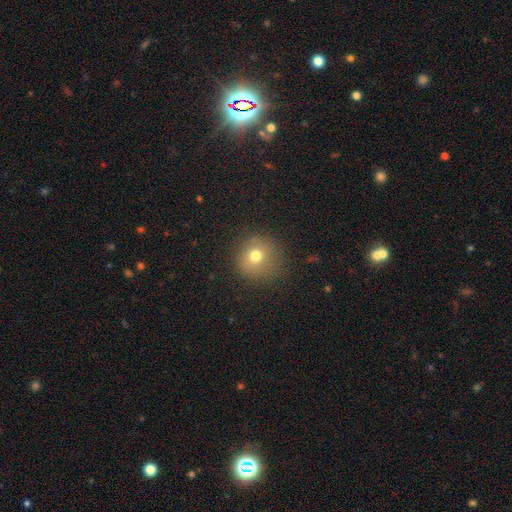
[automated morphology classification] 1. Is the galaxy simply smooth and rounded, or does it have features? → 72% smooth, 15% star or artifact, 13% featured or disk.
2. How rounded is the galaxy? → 91% round, 8% in between, 1% cigar-shaped.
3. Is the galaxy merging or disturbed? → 82% none, 12% minor disturbance, 5% major disturbance, 1% merger.